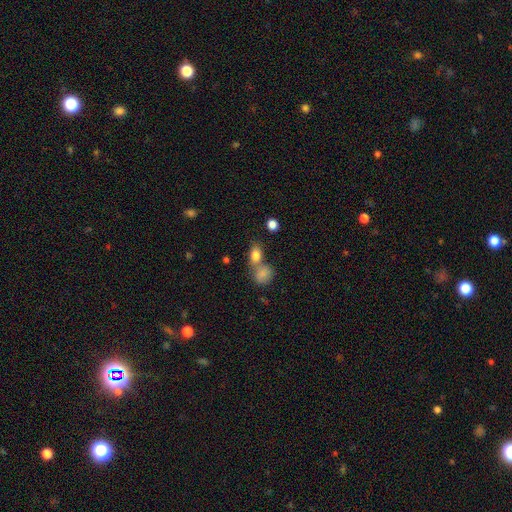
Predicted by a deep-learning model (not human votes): Smooth or featured? Predicted: smooth (p=0.81). How rounded? Predicted: in between (p=0.72). Merging? Predicted: none (p=0.43).